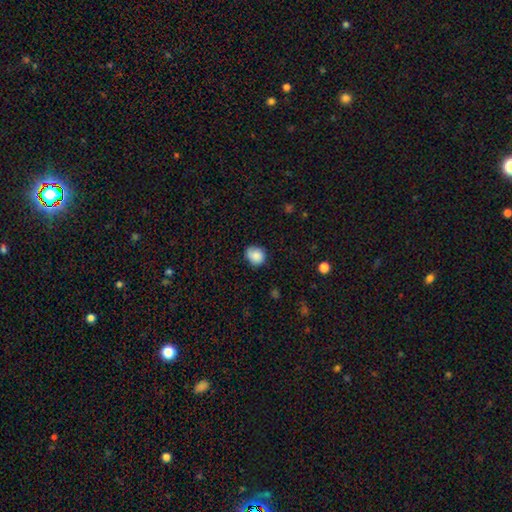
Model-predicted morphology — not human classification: A smooth galaxy with no disk features (86%) that is round (76%).

Vote fractions:
- Smooth or featured? smooth: 86% / star or artifact: 8% / featured or disk: 6%
- How rounded? round: 76% / in between: 23% / cigar-shaped: 1%
- Merging? none: 76% / minor disturbance: 19% / major disturbance: 3% / merger: 1%